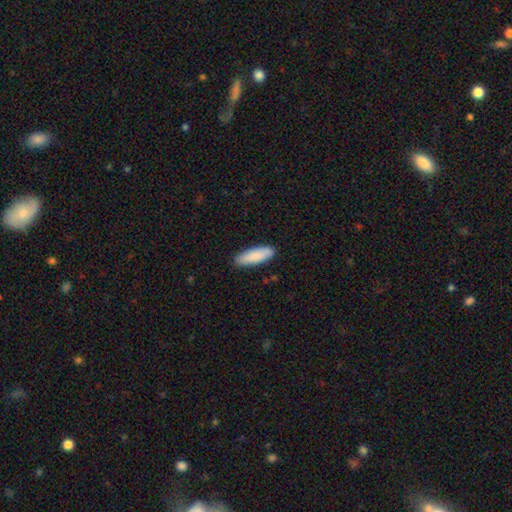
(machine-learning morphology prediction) smooth_or_featured: smooth (p=0.85) [alt: featured or disk p=0.10]
how_rounded: in between (p=0.59) [alt: cigar-shaped p=0.39]
merging: none (p=0.88) [alt: minor disturbance p=0.10]